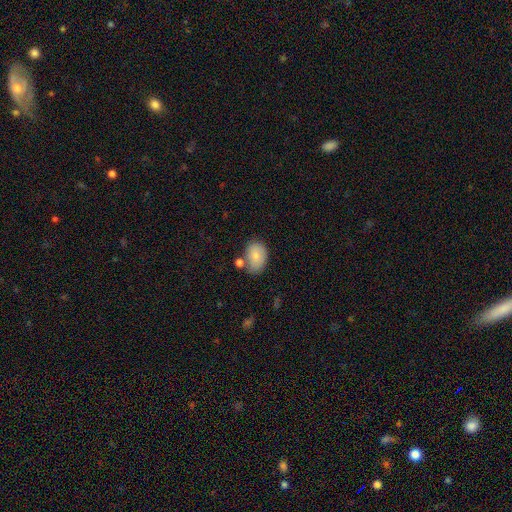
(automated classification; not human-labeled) smooth 80%, featured or disk 12%, star or artifact 8%. Down the decision tree: how rounded — in between (84%); merging — none (64%).